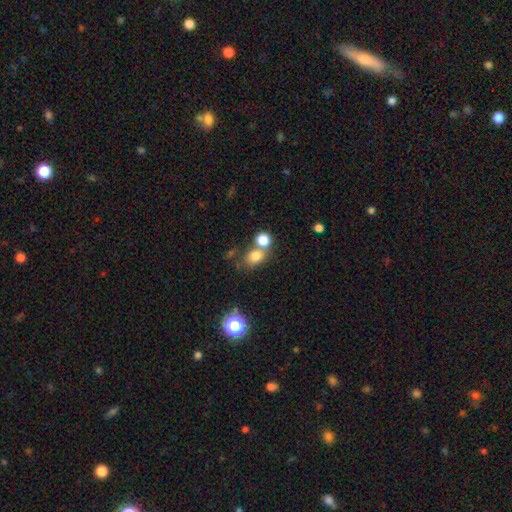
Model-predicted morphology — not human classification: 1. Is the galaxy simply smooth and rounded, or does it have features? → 77% smooth, 14% star or artifact, 9% featured or disk.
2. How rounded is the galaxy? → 50% in between, 49% round, 1% cigar-shaped.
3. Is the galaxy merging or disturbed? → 49% none, 36% merger, 10% minor disturbance, 5% major disturbance.